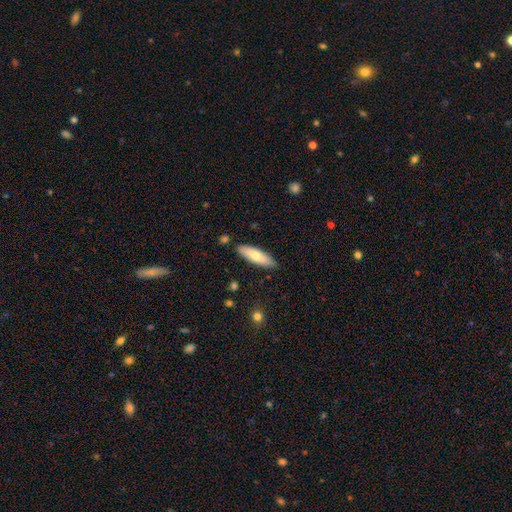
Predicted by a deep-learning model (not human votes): The model was most divided on "how rounded": cigar-shaped: 51%, in between: 47%, round: 2%. More confident: merging — none (86%); smooth or featured — smooth (70%).